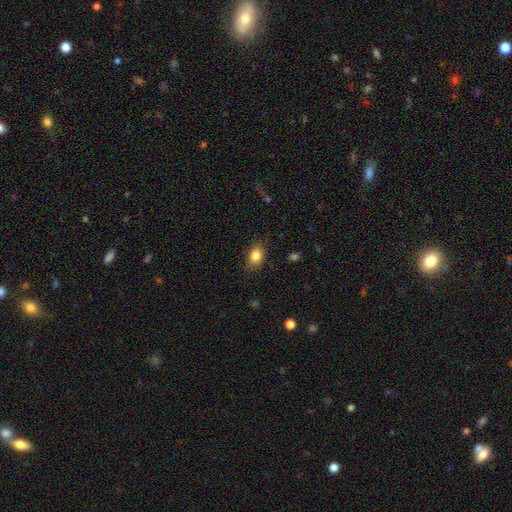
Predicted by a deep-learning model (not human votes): Overall: smooth (84%). How rounded: in between (73%). Merging: none (82%).